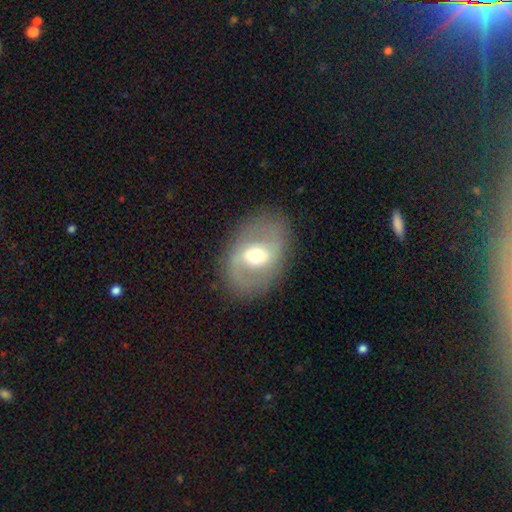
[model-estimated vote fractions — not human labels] Overall: featured or disk (63%; smooth 30%). Edge-on disk: no (92%). Bar: weak (43%; strong 32%). Spiral arms: no (52%; yes 48%). Bulge size: moderate (67%). Merging: none (81%).